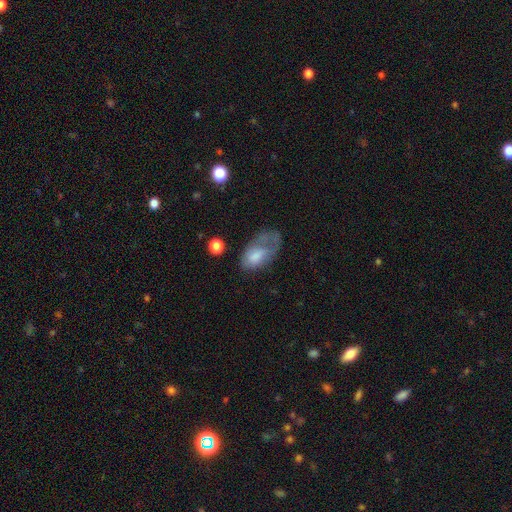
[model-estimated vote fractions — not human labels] This is possibly a smooth galaxy (57%). How rounded: clearly in between (90%). Merging: marginally major disturbance (38%).